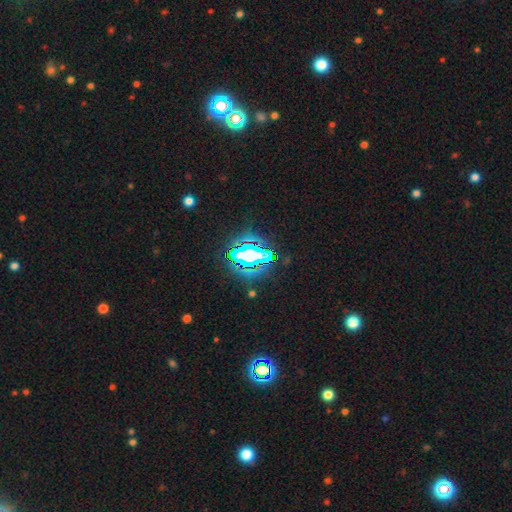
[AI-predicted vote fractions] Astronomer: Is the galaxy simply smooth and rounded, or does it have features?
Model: star or artifact — 72%.